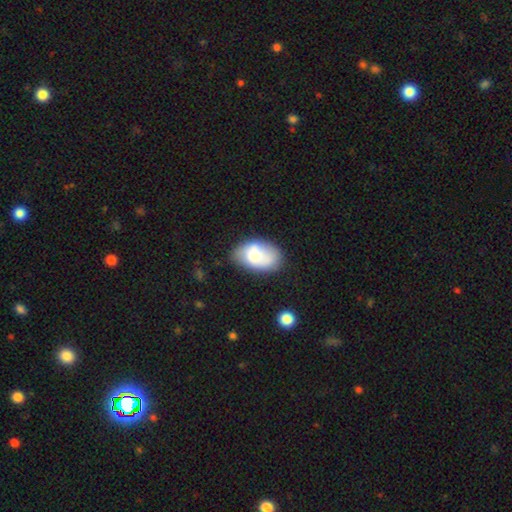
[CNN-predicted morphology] This is likely a smooth galaxy (73%). How rounded: clearly in between (90%). Merging: possibly none (58%).